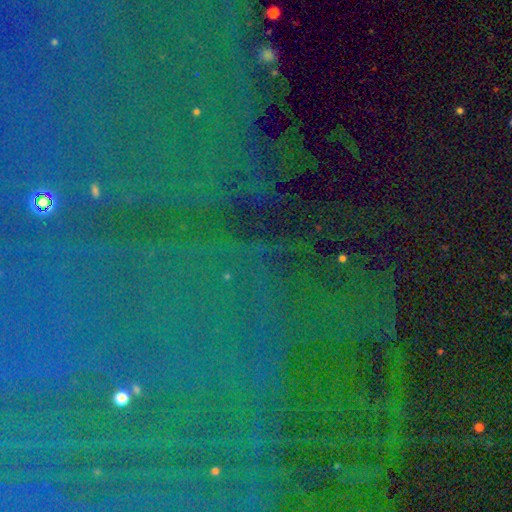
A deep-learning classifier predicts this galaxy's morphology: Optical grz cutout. It shows a star or artifact, not a galaxy (85%).